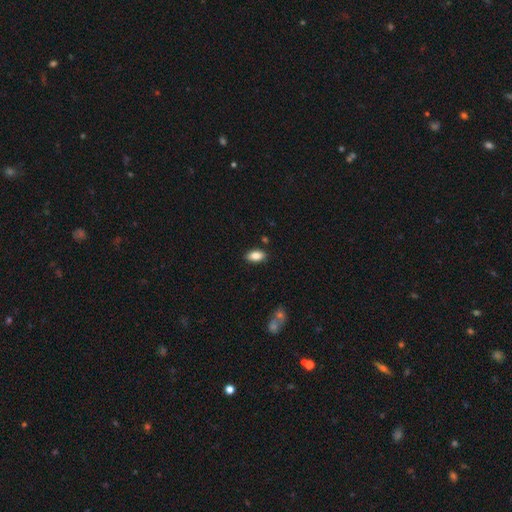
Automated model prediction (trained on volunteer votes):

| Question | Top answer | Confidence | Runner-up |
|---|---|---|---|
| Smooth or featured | smooth | 86% | star or artifact (8%) |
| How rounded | in between | 92% | round (4%) |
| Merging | none | 86% | minor disturbance (10%) |